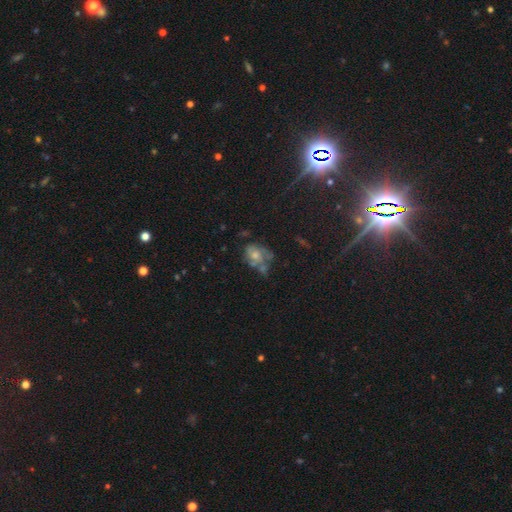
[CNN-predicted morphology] Smooth or featured?
  - featured or disk: 45% *
  - smooth: 42%
  - star or artifact: 13%
Merging?
  - none: 33% *
  - minor disturbance: 26%
  - major disturbance: 24%
  - merger: 18%